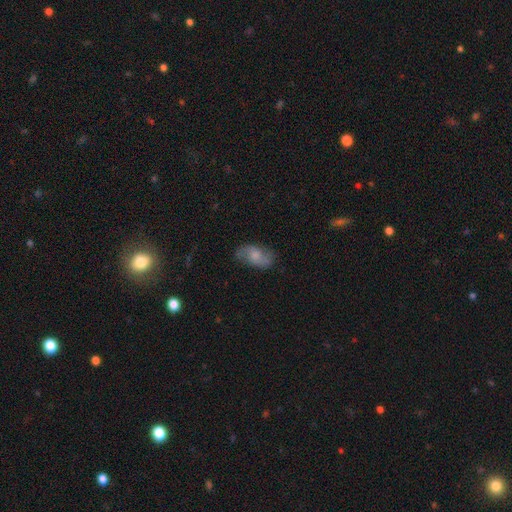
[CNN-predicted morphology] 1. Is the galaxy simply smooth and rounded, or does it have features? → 50% smooth, 43% featured or disk, 8% star or artifact.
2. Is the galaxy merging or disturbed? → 69% none, 22% minor disturbance, 8% major disturbance, 2% merger.